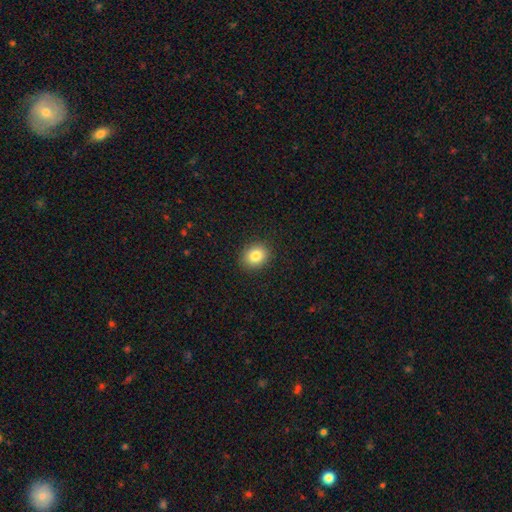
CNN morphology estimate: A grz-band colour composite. It shows a smooth galaxy with no disk features (84%) that is round (60%). Merging: none (90%).